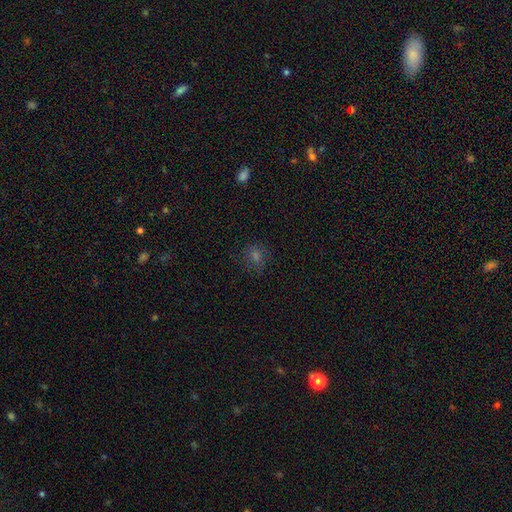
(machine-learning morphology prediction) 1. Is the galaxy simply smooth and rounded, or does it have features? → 56% smooth, 30% star or artifact, 14% featured or disk.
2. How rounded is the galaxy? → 72% round, 27% in between, 2% cigar-shaped.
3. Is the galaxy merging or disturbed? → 79% none, 13% minor disturbance, 6% major disturbance, 1% merger.